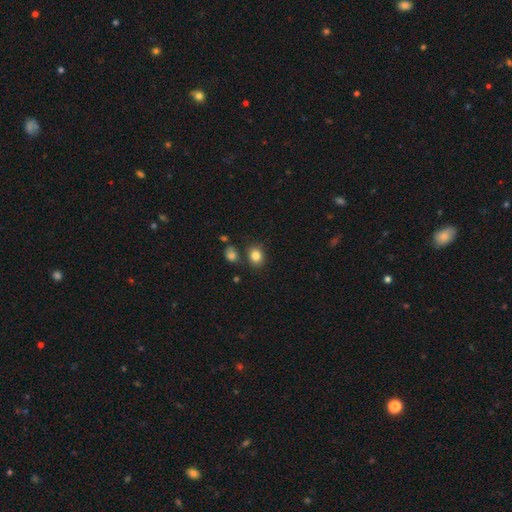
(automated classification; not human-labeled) A smooth galaxy with no disk features (84%) that is round (59%).

Vote fractions:
- Smooth or featured? smooth: 84% / star or artifact: 10% / featured or disk: 6%
- How rounded? round: 59% / in between: 40% / cigar-shaped: 1%
- Merging? none: 78% / minor disturbance: 11% / merger: 7% / major disturbance: 3%